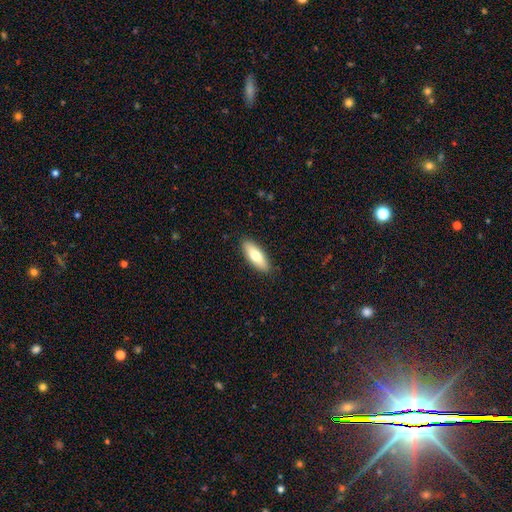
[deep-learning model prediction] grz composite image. It shows a smooth galaxy with no disk features (73%) that is in between round and cigar-shaped (67%). Merging: none (89%).